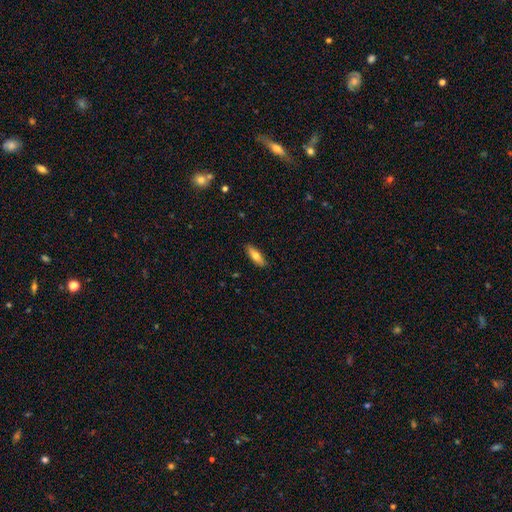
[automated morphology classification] Smooth or featured?
  - smooth: 72% *
  - featured or disk: 22%
  - star or artifact: 6%
How rounded?
  - in between: 53% *
  - cigar-shaped: 45%
  - round: 2%
Merging?
  - none: 88% *
  - minor disturbance: 9%
  - major disturbance: 2%
  - merger: 1%